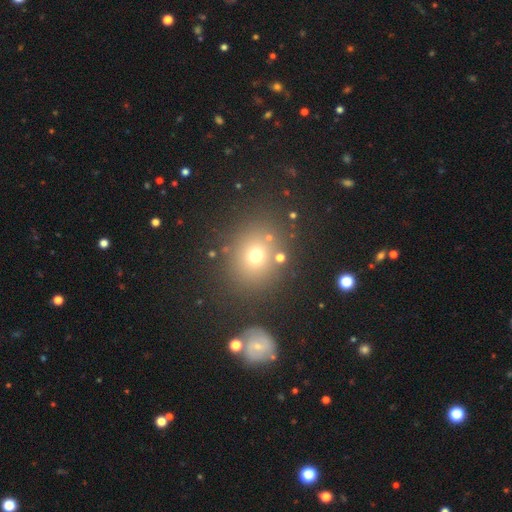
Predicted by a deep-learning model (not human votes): Smooth or featured: smooth — 68% (star or artifact — 21%)
How rounded: round — 75% (in between — 24%)
Merging: none — 79% (minor disturbance — 10%)